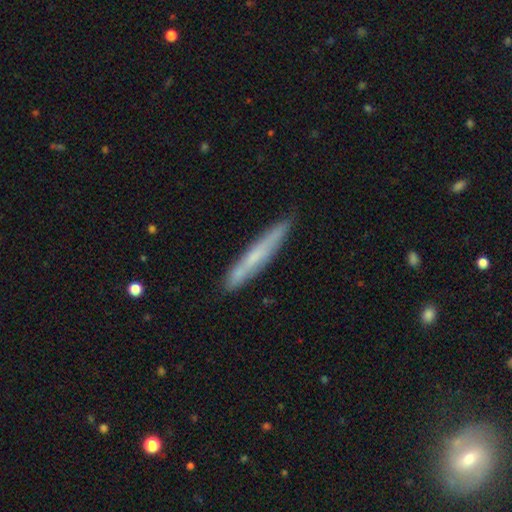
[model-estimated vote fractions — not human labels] Q: Smooth or featured?
A: smooth (55%); runner-up: featured or disk (39%)
Q: How rounded?
A: cigar-shaped (95%); runner-up: in between (4%)
Q: Merging?
A: none (85%); runner-up: minor disturbance (11%)